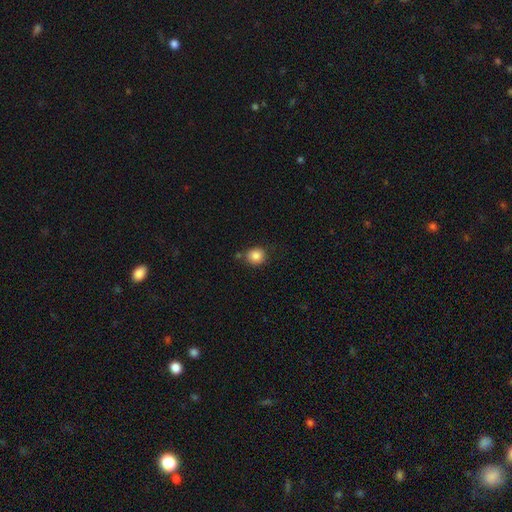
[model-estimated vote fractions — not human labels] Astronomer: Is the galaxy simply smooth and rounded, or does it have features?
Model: smooth — 86%.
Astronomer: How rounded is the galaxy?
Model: round — 83%.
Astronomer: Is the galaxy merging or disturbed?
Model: none — 76%.